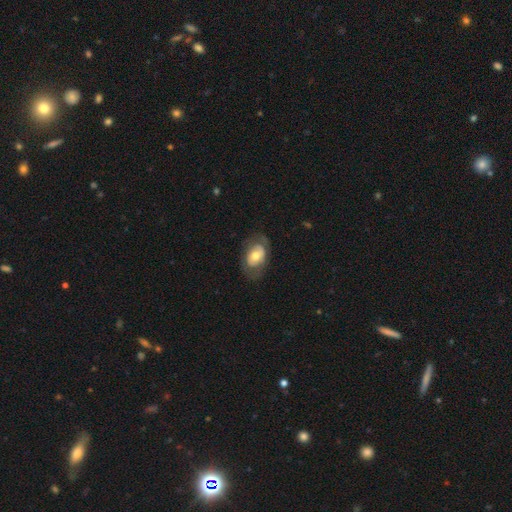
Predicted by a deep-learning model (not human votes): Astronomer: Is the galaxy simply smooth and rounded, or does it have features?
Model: featured or disk — 49% (runner-up: smooth, 45%).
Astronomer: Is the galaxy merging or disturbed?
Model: none — 66%.